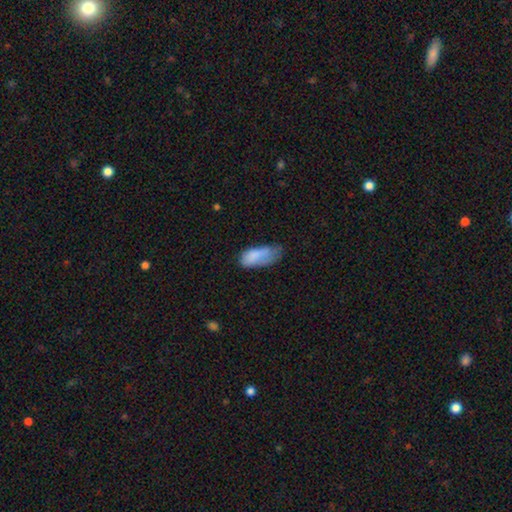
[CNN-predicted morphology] smooth_or_featured: smooth (p=0.77) [alt: featured or disk p=0.15]
how_rounded: in between (p=0.87) [alt: cigar-shaped p=0.10]
merging: minor disturbance (p=0.40) [alt: none p=0.29]